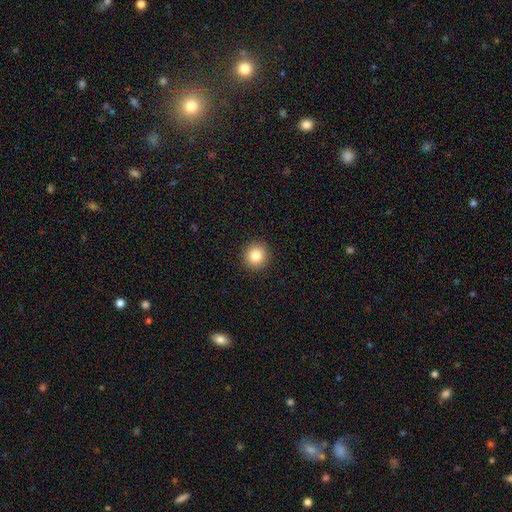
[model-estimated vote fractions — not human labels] This is clearly a smooth galaxy (83%). How rounded: clearly round (93%). Merging: clearly none (92%).